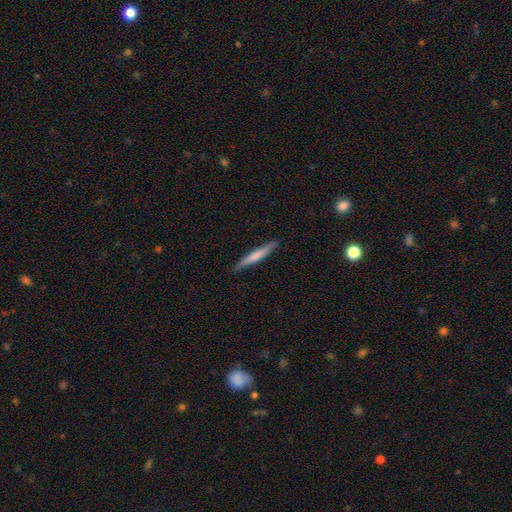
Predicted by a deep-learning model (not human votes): Smooth or featured: smooth — 65% (featured or disk — 30%)
How rounded: cigar-shaped — 95% (in between — 3%)
Merging: none — 89% (minor disturbance — 8%)